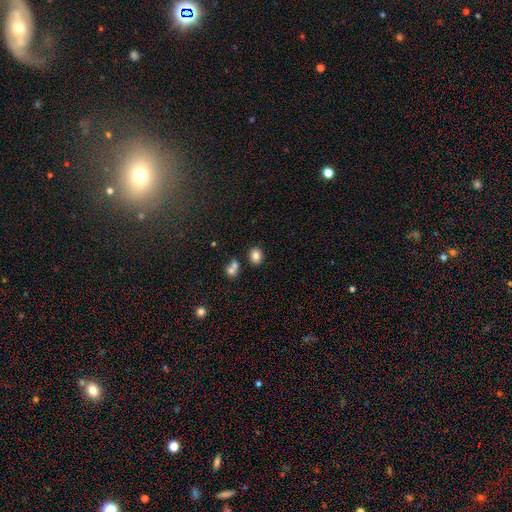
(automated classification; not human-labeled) Smooth or featured? smooth (82%)
How rounded? round (57%)
Merging? none (75%)